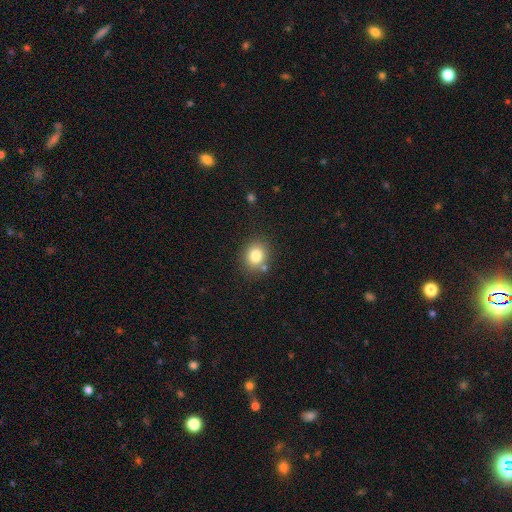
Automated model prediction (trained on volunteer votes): Morphology: type=smooth (81%); roundness=round (68%); merging=none (79%).